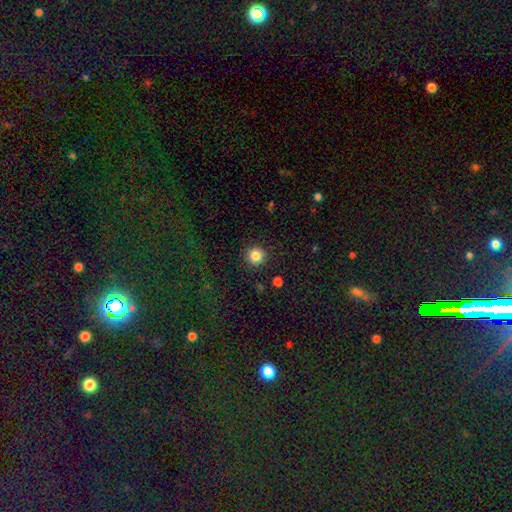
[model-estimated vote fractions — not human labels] Smooth or featured? smooth (85%)
How rounded? round (95%)
Merging? none (91%)